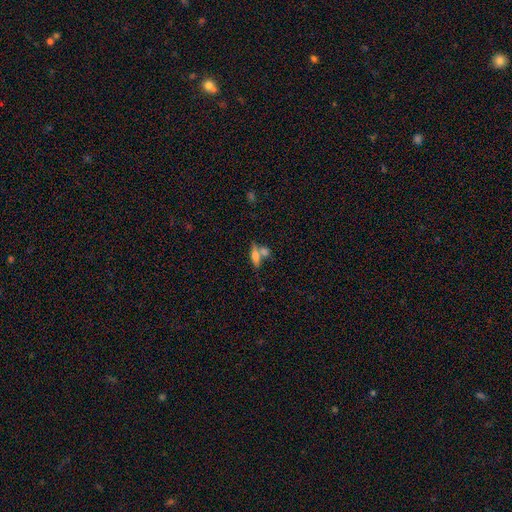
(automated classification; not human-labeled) A smooth galaxy with no disk features (58%) that is in between round and cigar-shaped (52%).

Vote fractions:
- Smooth or featured? smooth: 58% / featured or disk: 33% / star or artifact: 9%
- How rounded? in between: 52% / cigar-shaped: 43% / round: 6%
- Merging? none: 46% / merger: 40% / minor disturbance: 10% / major disturbance: 5%